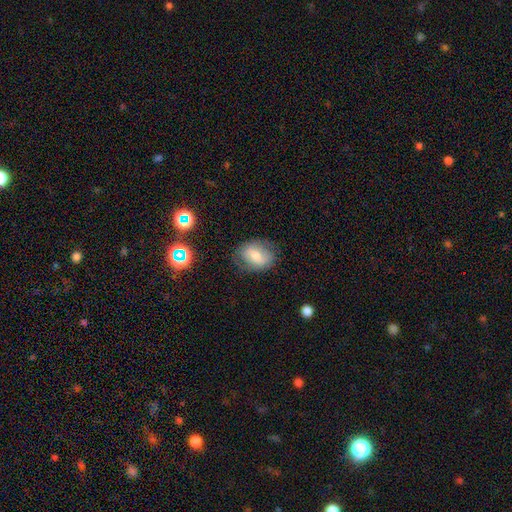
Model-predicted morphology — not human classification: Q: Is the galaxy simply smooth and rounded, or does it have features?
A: smooth — 60%.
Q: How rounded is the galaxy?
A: in between — 64%.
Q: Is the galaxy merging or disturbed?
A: none — 73%.